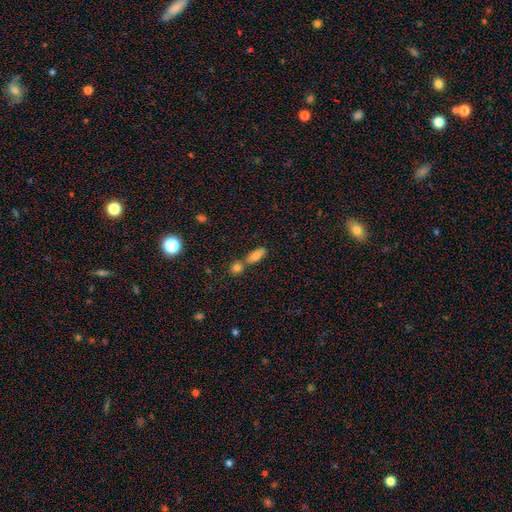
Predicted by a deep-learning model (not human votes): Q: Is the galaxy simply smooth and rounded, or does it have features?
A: smooth — 77%.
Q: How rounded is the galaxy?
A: in between — 72%.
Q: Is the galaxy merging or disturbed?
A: none — 50%.